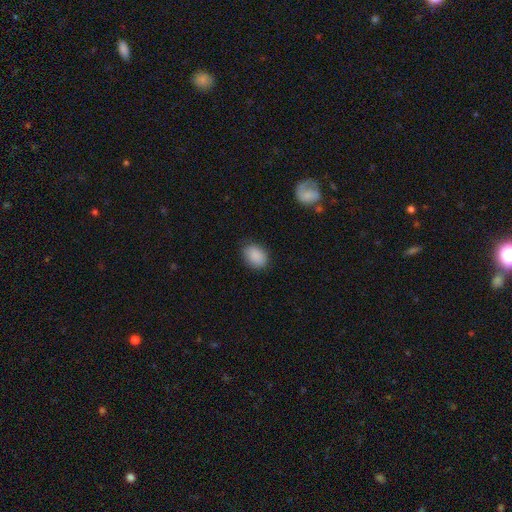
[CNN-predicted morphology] This is clearly a smooth galaxy (89%). How rounded: likely in between (73%). Merging: clearly none (81%).